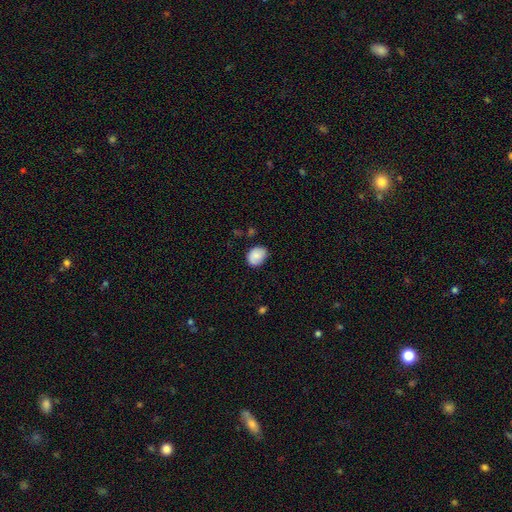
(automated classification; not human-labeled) smooth_or_featured: smooth (p=0.82) [alt: featured or disk p=0.10]
how_rounded: in between (p=0.53) [alt: round p=0.46]
merging: none (p=0.76) [alt: minor disturbance p=0.19]